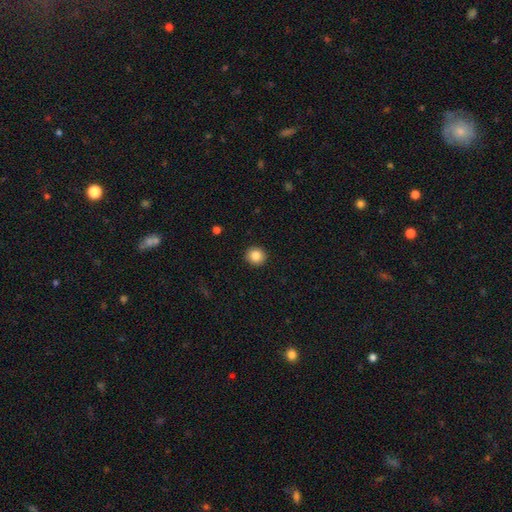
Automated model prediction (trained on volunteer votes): A smooth galaxy with no disk features (85%) that is round (92%).

Vote fractions:
- Smooth or featured? smooth: 85% / star or artifact: 9% / featured or disk: 6%
- How rounded? round: 92% / in between: 7% / cigar-shaped: 1%
- Merging? none: 93% / minor disturbance: 5% / major disturbance: 2% / merger: 1%